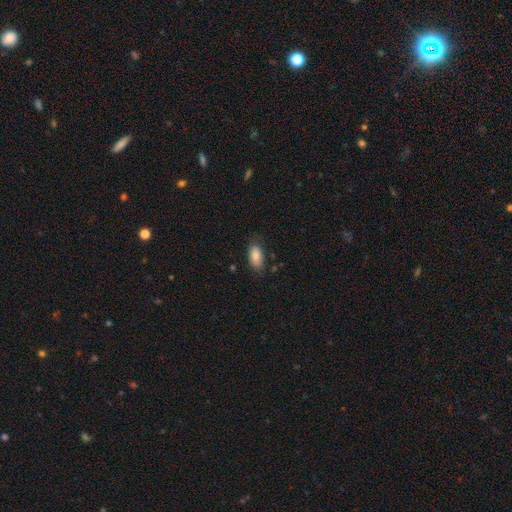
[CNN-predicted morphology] A smooth galaxy with no disk features (85%) that is in between round and cigar-shaped (90%). Merging: none (75%).